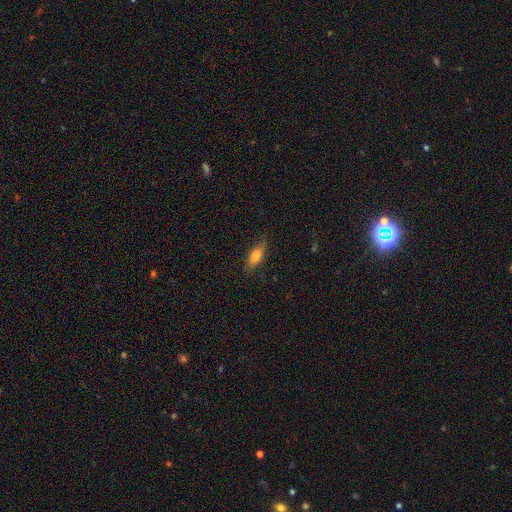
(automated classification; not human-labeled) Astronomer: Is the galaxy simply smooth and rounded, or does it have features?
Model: smooth — 73%.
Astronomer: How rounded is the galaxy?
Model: in between — 68%.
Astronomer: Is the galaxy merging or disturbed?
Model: none — 81%.